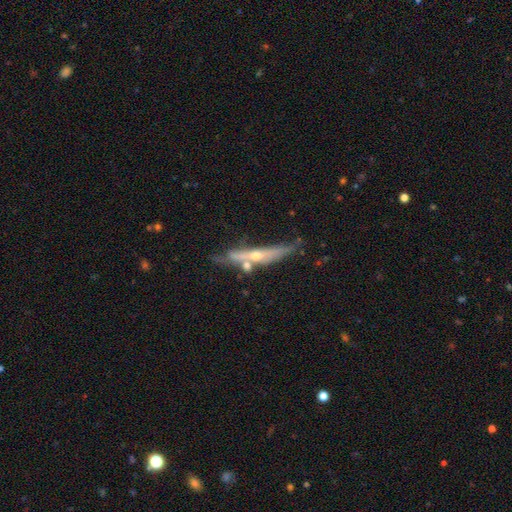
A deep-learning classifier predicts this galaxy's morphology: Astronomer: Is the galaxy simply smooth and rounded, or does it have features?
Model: featured or disk — 68%.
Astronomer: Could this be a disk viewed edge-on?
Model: yes — 87%.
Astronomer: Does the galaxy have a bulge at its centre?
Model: rounded — 77%.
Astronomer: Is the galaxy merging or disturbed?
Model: none — 55%.